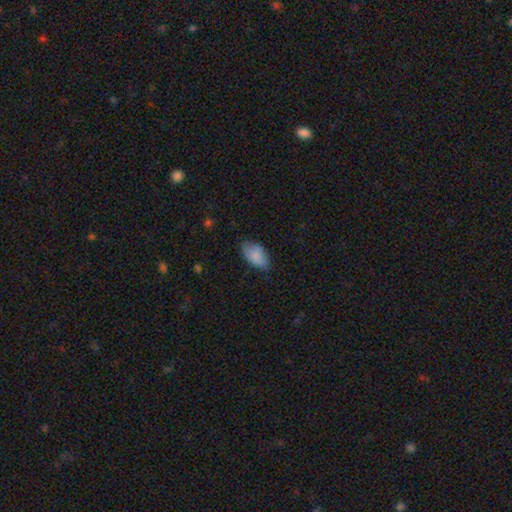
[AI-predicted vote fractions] Smooth or featured?
  - smooth: 85% *
  - featured or disk: 8%
  - star or artifact: 7%
How rounded?
  - in between: 94% *
  - round: 4%
  - cigar-shaped: 2%
Merging?
  - none: 68% *
  - minor disturbance: 26%
  - major disturbance: 5%
  - merger: 1%